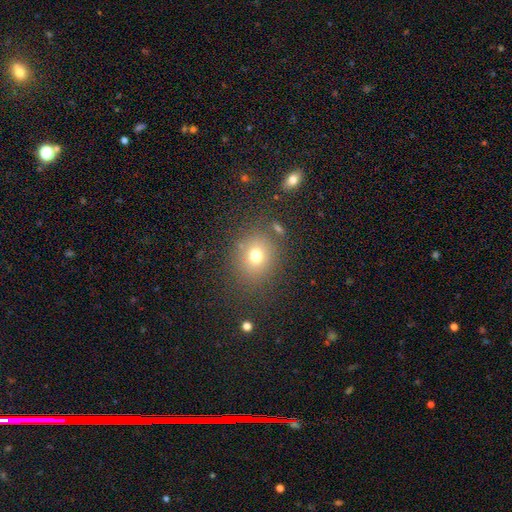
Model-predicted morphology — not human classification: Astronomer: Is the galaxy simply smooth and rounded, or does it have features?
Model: smooth — 72%.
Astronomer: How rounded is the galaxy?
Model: round — 70%.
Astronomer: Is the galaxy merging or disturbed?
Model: none — 79%.